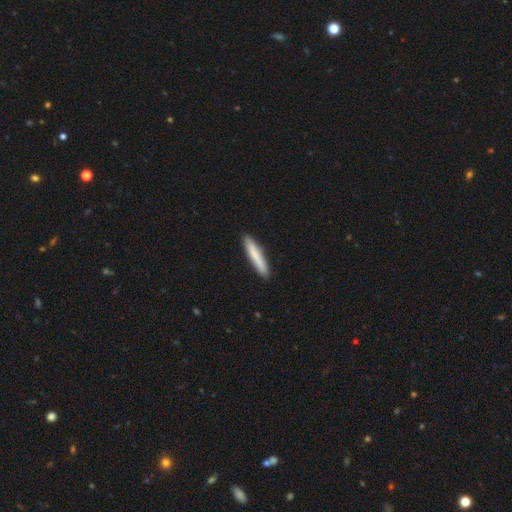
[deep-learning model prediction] A smooth galaxy with no disk features (80%) that is cigar-shaped (93%). Merging: none (91%).